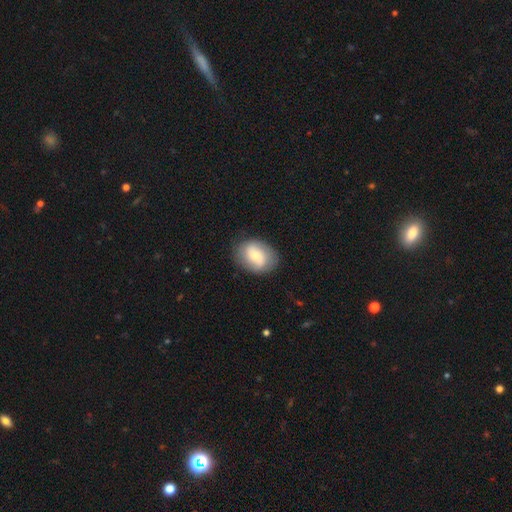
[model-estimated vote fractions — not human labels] Q: Smooth or featured?
A: smooth (61%); runner-up: featured or disk (32%)
Q: How rounded?
A: in between (68%); runner-up: round (30%)
Q: Merging?
A: none (76%); runner-up: minor disturbance (17%)